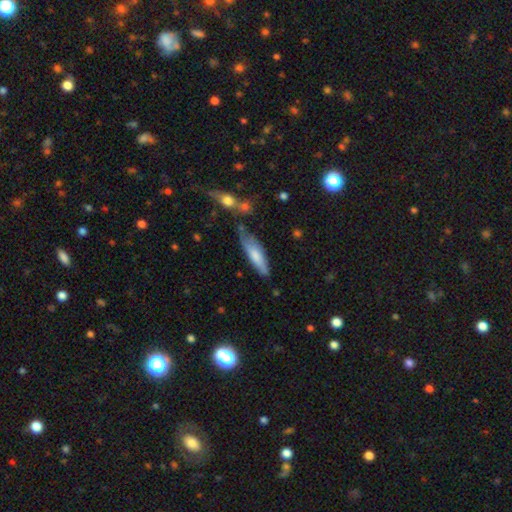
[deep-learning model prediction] smooth-or-featured: smooth: 71% | featured or disk: 23% | star or artifact: 6%
  how-rounded: cigar-shaped: 63% | in between: 36% | round: 2%
  merging: none: 61% | minor disturbance: 25% | merger: 7% | major disturbance: 7%